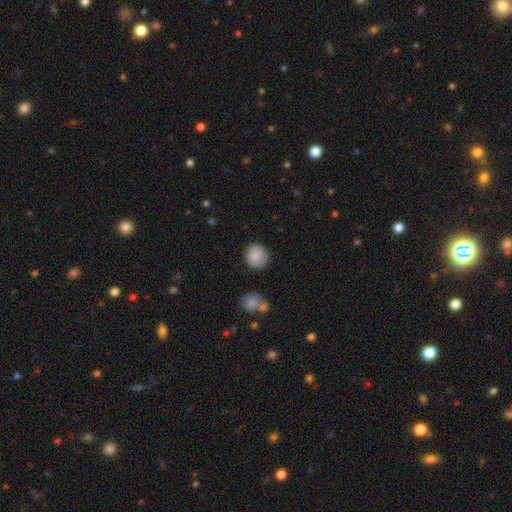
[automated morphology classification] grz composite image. It shows a smooth galaxy with no disk features (84%) that is round (86%). Merging: none (84%).